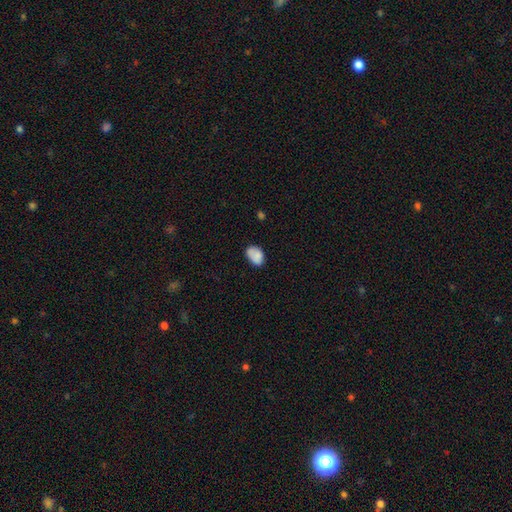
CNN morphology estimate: smooth_or_featured: smooth (p=0.80) [alt: featured or disk p=0.12]
how_rounded: in between (p=0.85) [alt: round p=0.14]
merging: none (p=0.62) [alt: minor disturbance p=0.25]